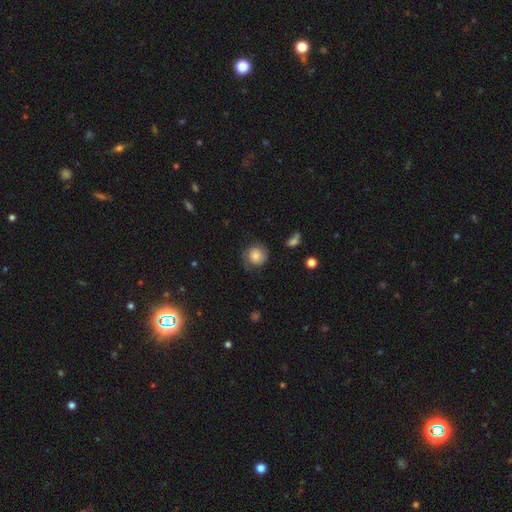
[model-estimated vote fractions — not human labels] Q: Smooth or featured?
A: smooth (64%); runner-up: featured or disk (27%)
Q: How rounded?
A: round (85%); runner-up: in between (14%)
Q: Merging?
A: none (64%); runner-up: minor disturbance (23%)